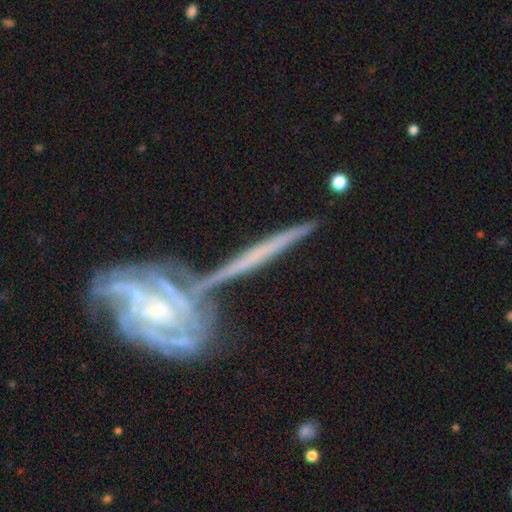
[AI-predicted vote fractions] Morphology: type=featured or disk (74%); edge-on=yes (66%); merging=none (51%).